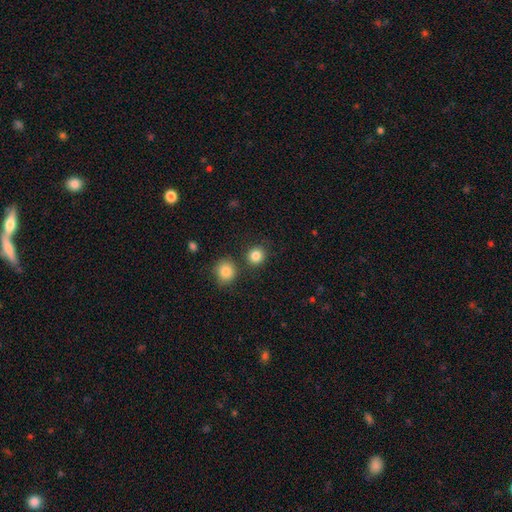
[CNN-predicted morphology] smooth-or-featured: smooth: 85% | star or artifact: 11% | featured or disk: 5%
  how-rounded: round: 87% | in between: 12% | cigar-shaped: 1%
  merging: none: 79% | merger: 10% | minor disturbance: 8% | major disturbance: 3%